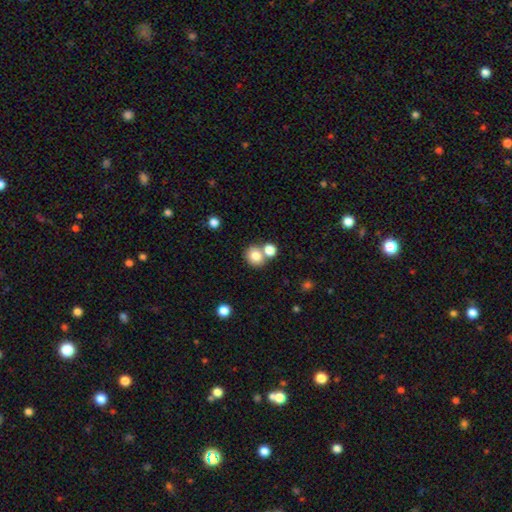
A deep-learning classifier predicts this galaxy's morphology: The model was most divided on "merging": none: 57%, merger: 32%, minor disturbance: 8%, major disturbance: 3%. More confident: smooth or featured — smooth (80%); how rounded — round (77%).